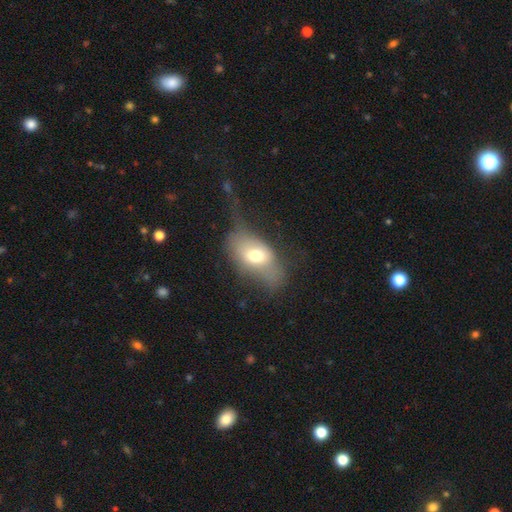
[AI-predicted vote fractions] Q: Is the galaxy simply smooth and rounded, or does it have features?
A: smooth — 63%.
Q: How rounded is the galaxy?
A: in between — 85%.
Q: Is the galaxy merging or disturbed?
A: major disturbance — 42%.